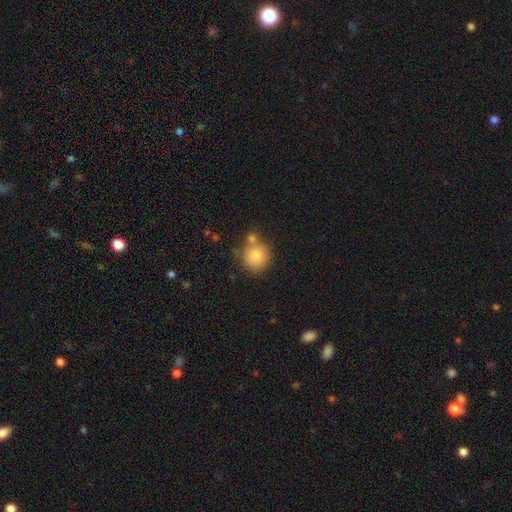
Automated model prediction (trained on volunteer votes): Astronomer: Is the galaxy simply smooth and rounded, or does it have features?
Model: smooth — 84%.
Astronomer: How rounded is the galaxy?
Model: round — 91%.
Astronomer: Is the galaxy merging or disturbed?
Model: none — 62%.